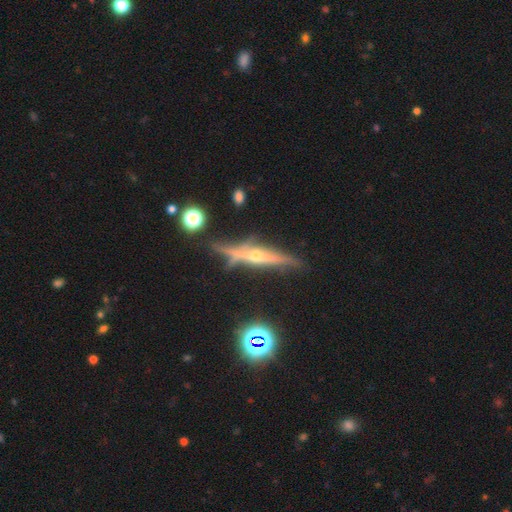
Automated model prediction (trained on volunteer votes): smooth-or-featured: featured or disk: 79% | smooth: 12% | star or artifact: 10%
  disk-edge-on: yes: 96% | no: 4%
    edge-on-bulge: rounded: 84% | none: 12% | boxy: 4%
  merging: none: 80% | minor disturbance: 13% | merger: 4% | major disturbance: 3%